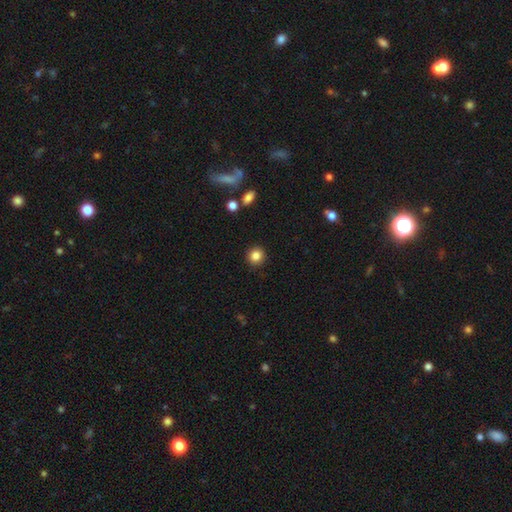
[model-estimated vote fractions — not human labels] Smooth or featured? smooth (85%)
How rounded? round (92%)
Merging? none (91%)